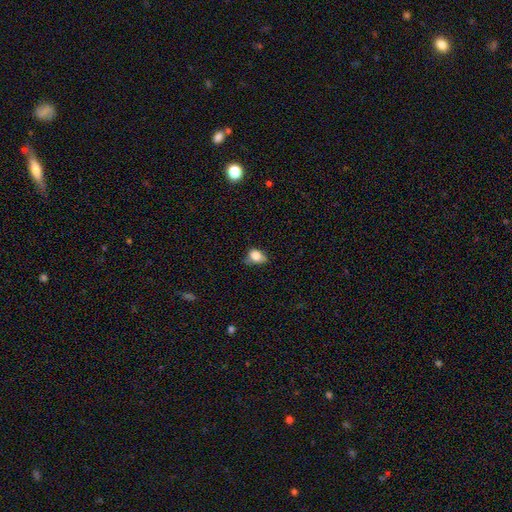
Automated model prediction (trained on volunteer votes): smooth_or_featured: smooth (p=0.80) [alt: featured or disk p=0.11]
how_rounded: in between (p=0.67) [alt: round p=0.31]
merging: minor disturbance (p=0.43) [alt: none p=0.39]